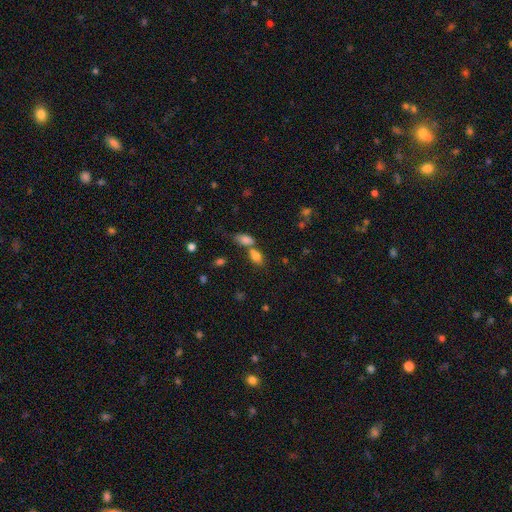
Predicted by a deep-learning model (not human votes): This appears to be a smooth galaxy with no disk features (80%) that is in between round and cigar-shaped (81%). Merging: merger (44%).